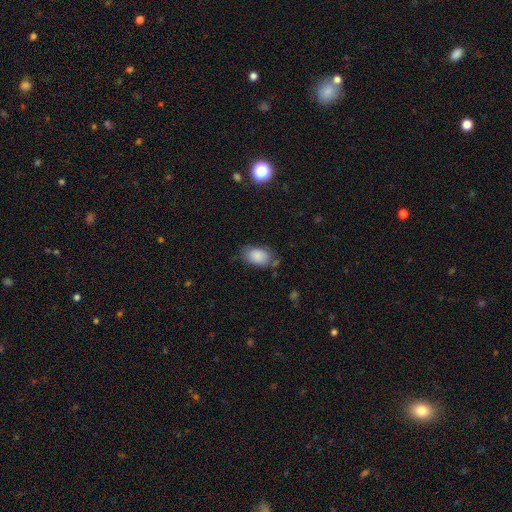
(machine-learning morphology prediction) smooth-or-featured: smooth: 86% | star or artifact: 7% | featured or disk: 6%
  how-rounded: in between: 90% | round: 9% | cigar-shaped: 1%
  merging: none: 67% | minor disturbance: 23% | major disturbance: 6% | merger: 4%